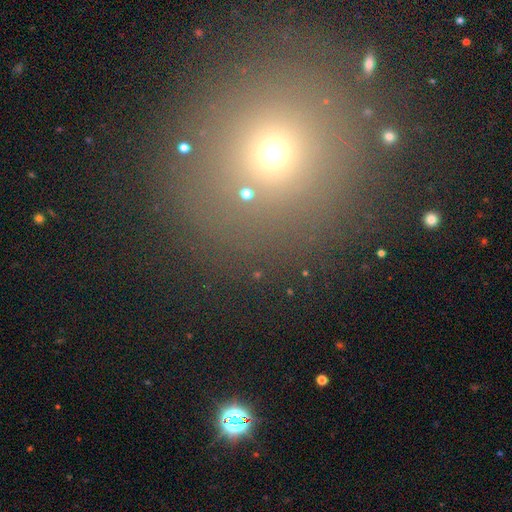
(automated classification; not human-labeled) smooth-or-featured: smooth: 58% | star or artifact: 32% | featured or disk: 10%
  how-rounded: round: 92% | in between: 7% | cigar-shaped: 1%
  merging: none: 85% | minor disturbance: 7% | major disturbance: 4% | merger: 4%